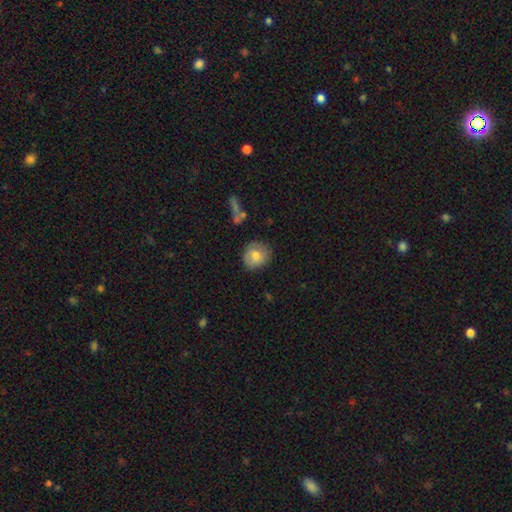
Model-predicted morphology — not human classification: Smooth or featured? smooth (77%)
How rounded? round (83%)
Merging? none (77%)